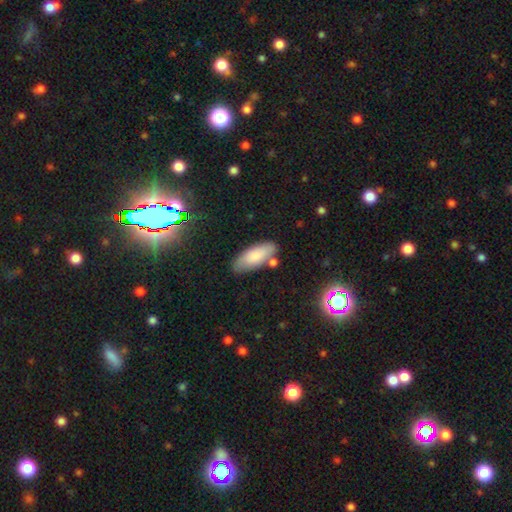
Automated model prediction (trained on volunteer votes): Smooth or featured?
  - smooth: 83% *
  - featured or disk: 11%
  - star or artifact: 7%
How rounded?
  - in between: 78% *
  - cigar-shaped: 20%
  - round: 2%
Merging?
  - none: 74% *
  - minor disturbance: 14%
  - merger: 8%
  - major disturbance: 3%